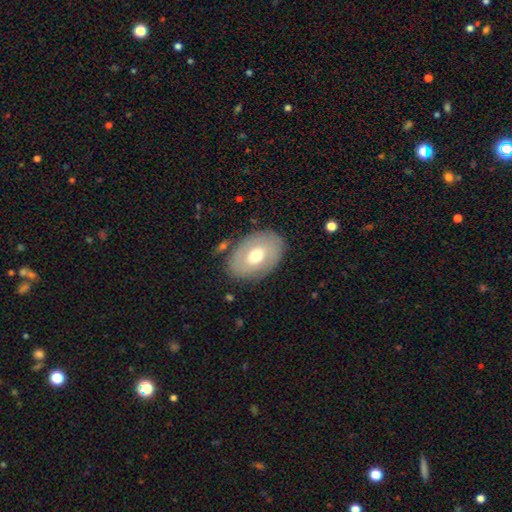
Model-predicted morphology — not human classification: smooth-or-featured: smooth: 54% | featured or disk: 40% | star or artifact: 6%
  how-rounded: in between: 84% | round: 15% | cigar-shaped: 1%
  merging: none: 81% | minor disturbance: 13% | major disturbance: 4% | merger: 2%